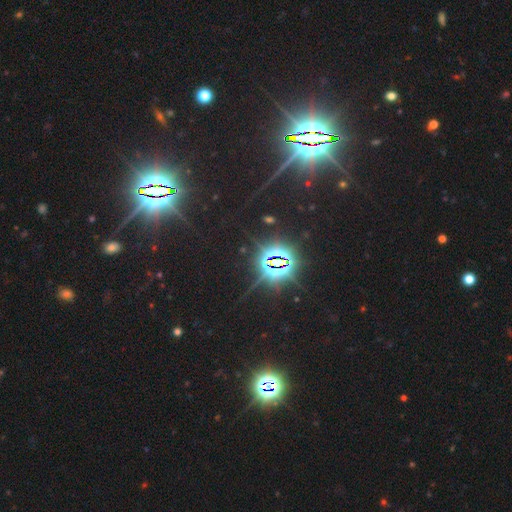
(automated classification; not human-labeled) A star or artifact, not a galaxy (86%).